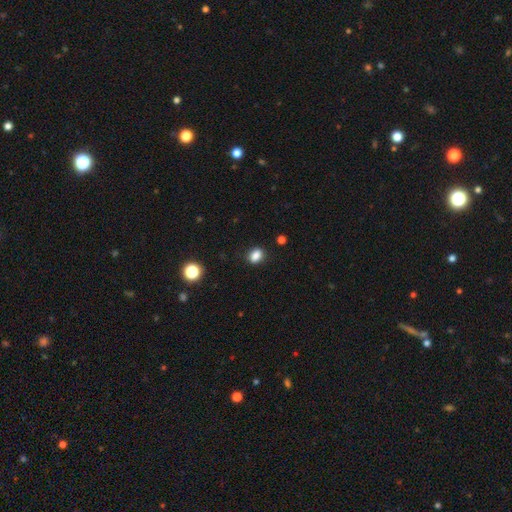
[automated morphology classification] The model was most divided on "how rounded": in between: 68%, round: 31%, cigar-shaped: 2%. More confident: smooth or featured — smooth (85%); merging — none (84%).